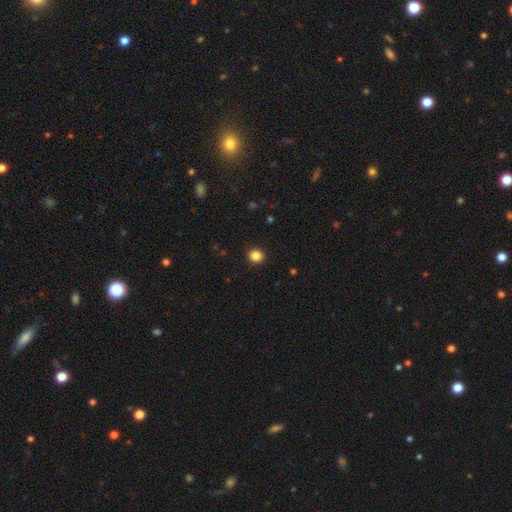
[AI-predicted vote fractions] Morphology: type=smooth (85%); roundness=round (81%); merging=none (92%).